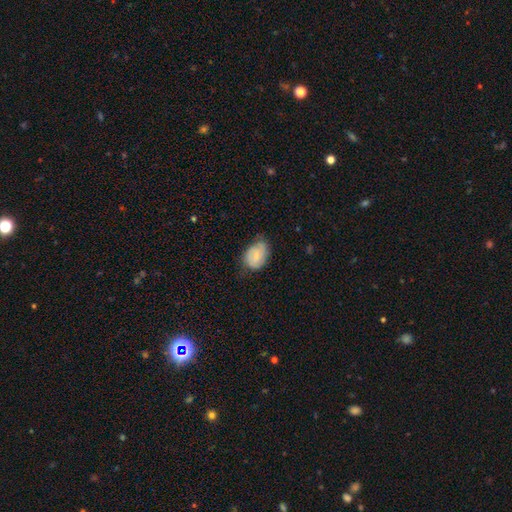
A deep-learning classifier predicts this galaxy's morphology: Smooth or featured? smooth (69%)
How rounded? in between (76%)
Merging? none (50%)